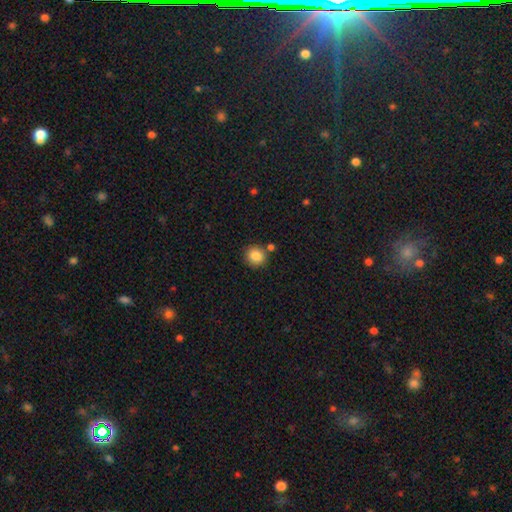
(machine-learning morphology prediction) smooth-or-featured: smooth: 85% | star or artifact: 10% | featured or disk: 5%
  how-rounded: round: 83% | in between: 16% | cigar-shaped: 1%
  merging: none: 79% | minor disturbance: 9% | merger: 9% | major disturbance: 3%